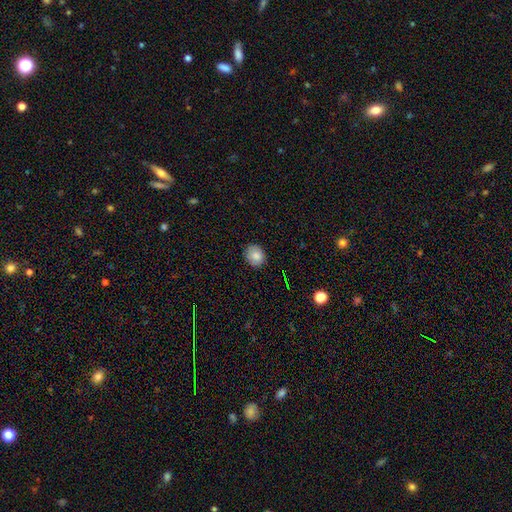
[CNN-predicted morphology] Smooth or featured?
  - smooth: 84% *
  - star or artifact: 9%
  - featured or disk: 6%
How rounded?
  - round: 64% *
  - in between: 35%
  - cigar-shaped: 1%
Merging?
  - none: 87% *
  - minor disturbance: 10%
  - major disturbance: 2%
  - merger: 1%